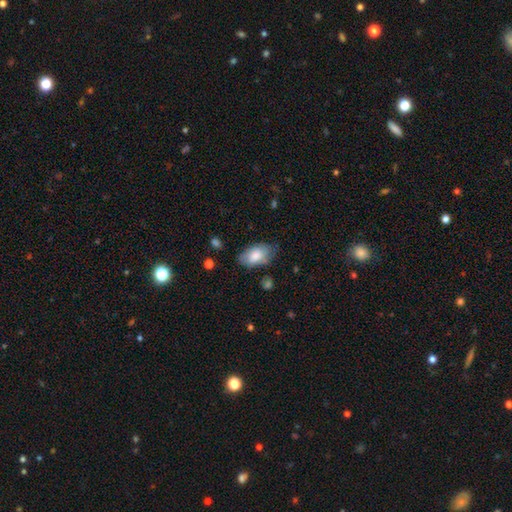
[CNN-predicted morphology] A smooth galaxy with no disk features (76%) that is in between round and cigar-shaped (94%). Merging: none (63%).